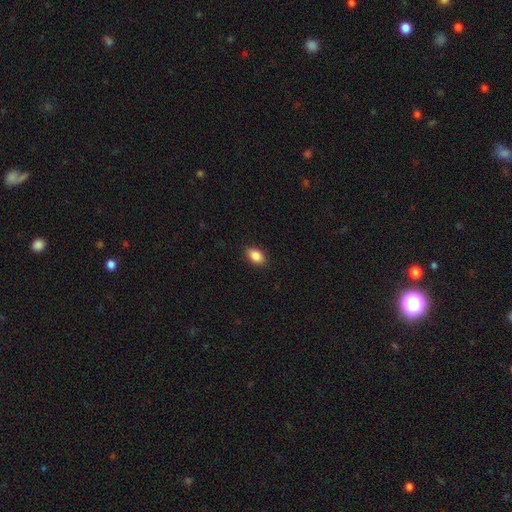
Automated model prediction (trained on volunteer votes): A smooth galaxy with no disk features (87%) that is in between round and cigar-shaped (87%).

Vote fractions:
- Smooth or featured? smooth: 87% / star or artifact: 8% / featured or disk: 5%
- How rounded? in between: 87% / round: 11% / cigar-shaped: 2%
- Merging? none: 88% / minor disturbance: 9% / major disturbance: 2% / merger: 1%